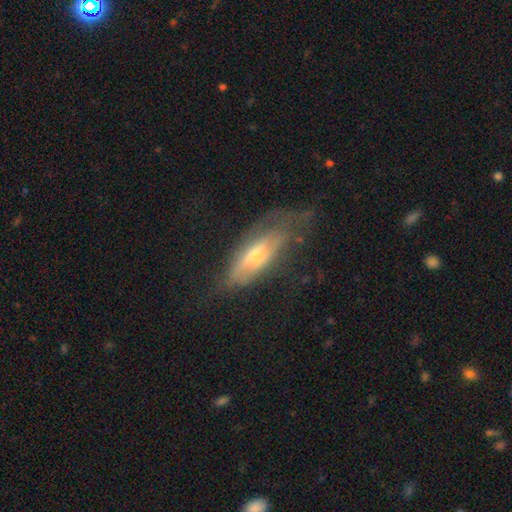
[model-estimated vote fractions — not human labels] featured or disk 57%, smooth 34%, star or artifact 9%. Down the decision tree: edge-on disk — no (66%); merging — none (51%).